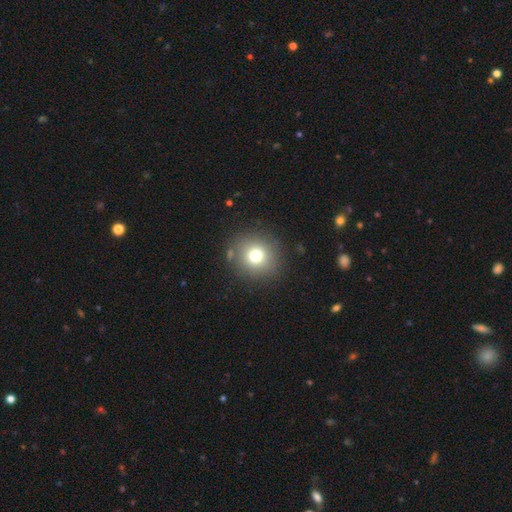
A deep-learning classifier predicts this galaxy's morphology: Smooth or featured? smooth (75%)
How rounded? round (92%)
Merging? none (87%)